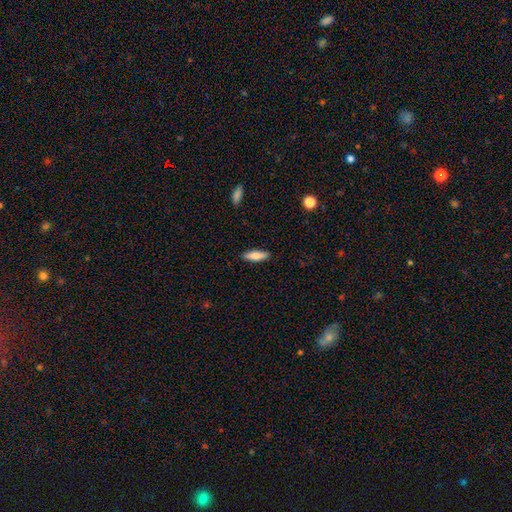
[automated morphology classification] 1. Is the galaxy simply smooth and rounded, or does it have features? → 77% smooth, 17% featured or disk, 6% star or artifact.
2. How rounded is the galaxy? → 54% cigar-shaped, 44% in between, 2% round.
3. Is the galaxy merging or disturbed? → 89% none, 8% minor disturbance, 2% major disturbance, 1% merger.